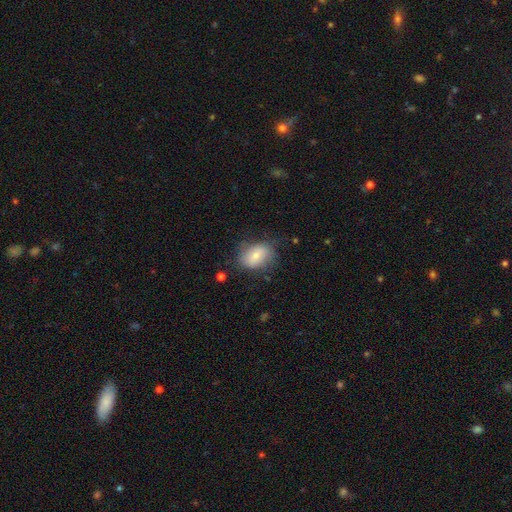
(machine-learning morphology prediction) Smooth or featured? smooth (73%)
How rounded? in between (77%)
Merging? none (65%)